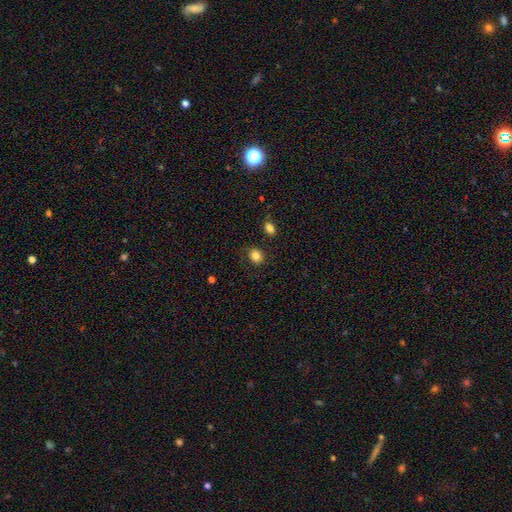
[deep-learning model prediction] A smooth galaxy with no disk features (83%) that is round (62%).

Vote fractions:
- Smooth or featured? smooth: 83% / star or artifact: 11% / featured or disk: 6%
- How rounded? round: 62% / in between: 37% / cigar-shaped: 1%
- Merging? none: 79% / minor disturbance: 13% / major disturbance: 4% / merger: 4%